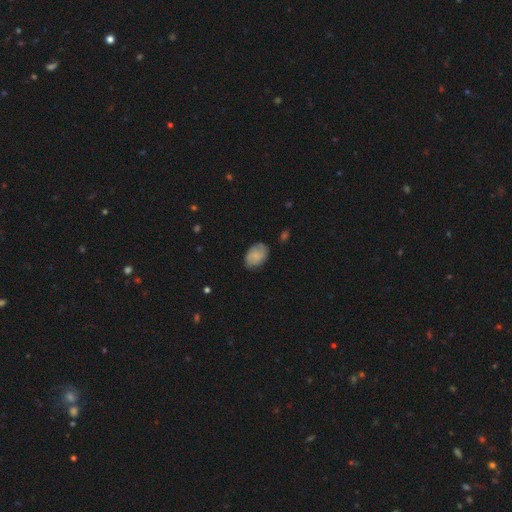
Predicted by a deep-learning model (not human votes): This is likely a smooth galaxy (71%). How rounded: clearly in between (83%). Merging: likely none (76%).